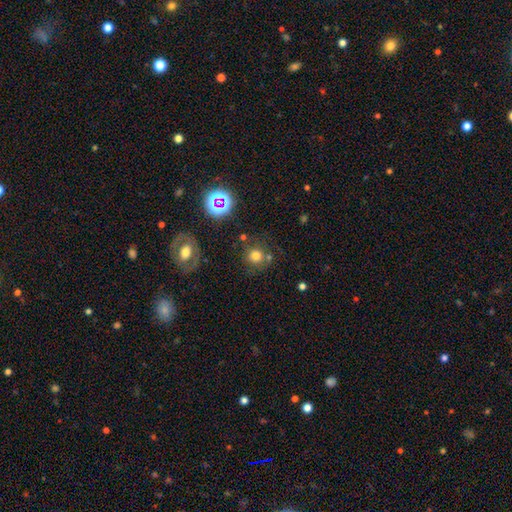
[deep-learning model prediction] This is likely a smooth galaxy (71%). How rounded: clearly round (90%). Merging: likely none (74%).